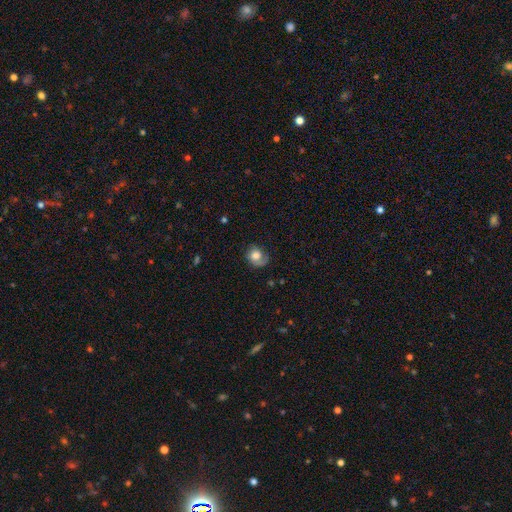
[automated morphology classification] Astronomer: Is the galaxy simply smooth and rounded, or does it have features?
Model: smooth — 58% (runner-up: featured or disk, 33%).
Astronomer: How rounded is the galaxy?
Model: round — 64%.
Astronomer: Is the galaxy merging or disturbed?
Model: none — 58%.